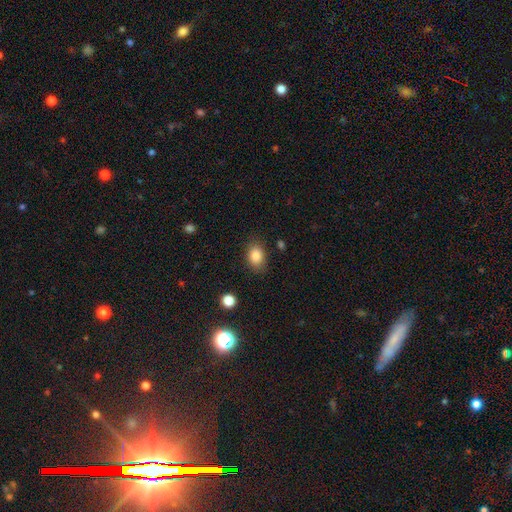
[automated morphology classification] smooth 85%, star or artifact 9%, featured or disk 6%. Down the decision tree: how rounded — in between (76%); merging — none (82%).